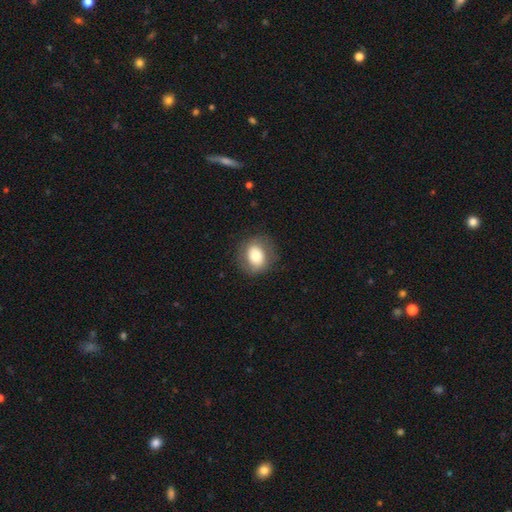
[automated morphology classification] Smooth or featured? Predicted: smooth (p=0.71). How rounded? Predicted: round (p=0.65). Merging? Predicted: none (p=0.80).